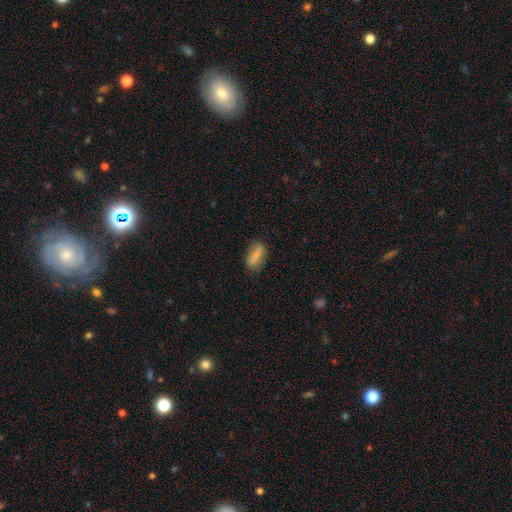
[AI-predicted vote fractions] This is likely a smooth galaxy (78%). How rounded: likely in between (73%). Merging: likely none (76%).